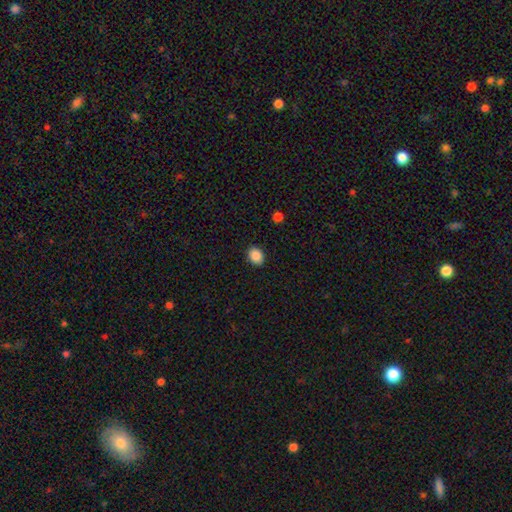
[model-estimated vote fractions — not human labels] Q: Smooth or featured?
A: smooth (88%); runner-up: star or artifact (9%)
Q: How rounded?
A: in between (57%); runner-up: round (42%)
Q: Merging?
A: none (90%); runner-up: minor disturbance (7%)